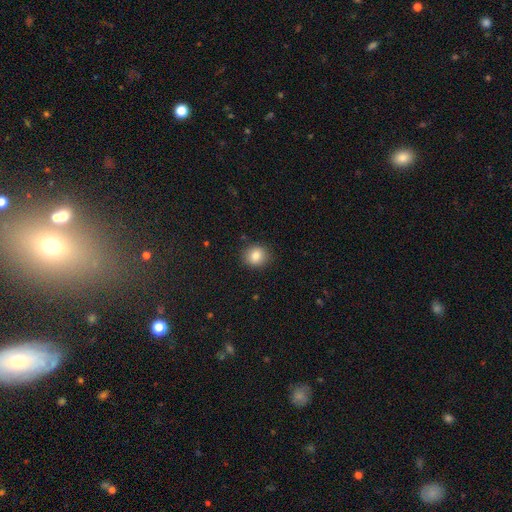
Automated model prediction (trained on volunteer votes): Q: Smooth or featured?
A: smooth (83%); runner-up: star or artifact (10%)
Q: How rounded?
A: round (82%); runner-up: in between (17%)
Q: Merging?
A: none (89%); runner-up: minor disturbance (8%)